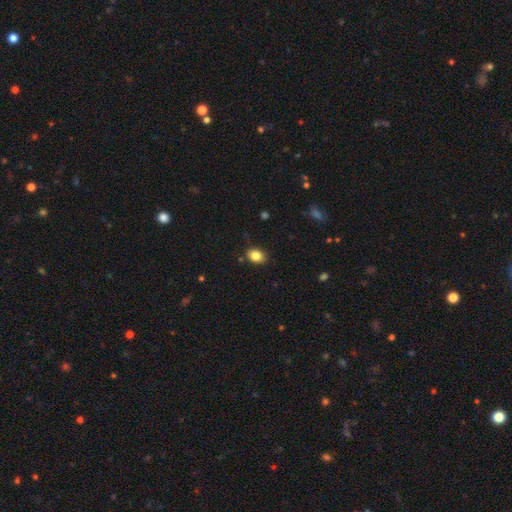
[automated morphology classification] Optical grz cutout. It shows a smooth galaxy with no disk features (83%) that is in between round and cigar-shaped (69%). Merging: none (84%).